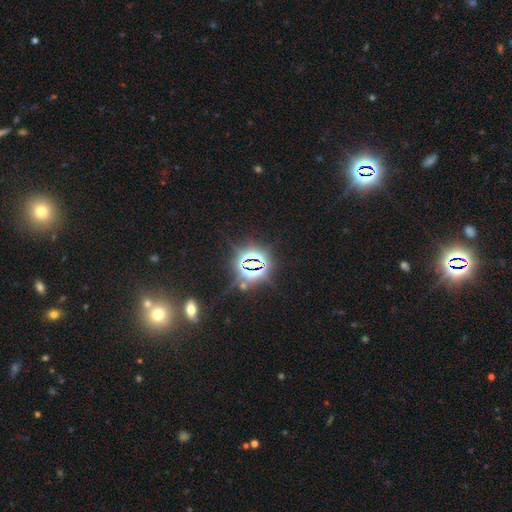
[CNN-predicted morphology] Overall: star or artifact (83%).